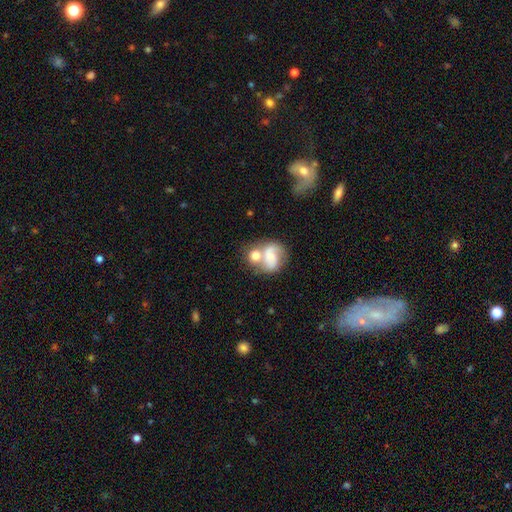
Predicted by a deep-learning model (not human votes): Morphology: type=smooth (49%); merging=merger (57%).